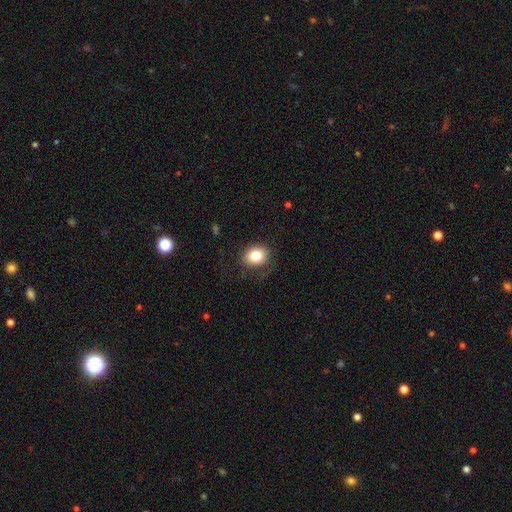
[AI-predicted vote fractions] Smooth or featured? smooth (82%)
How rounded? round (51%)
Merging? none (78%)